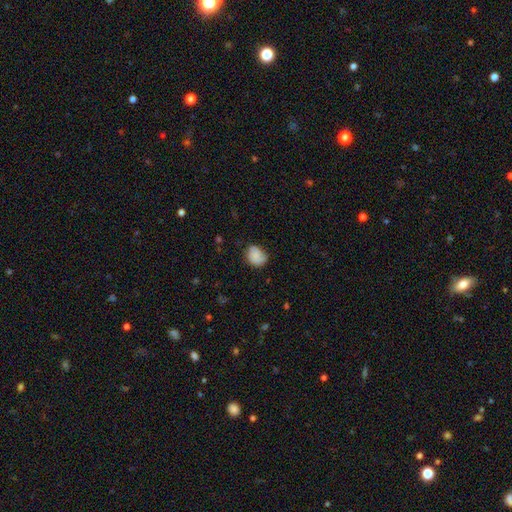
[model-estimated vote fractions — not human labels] Smooth or featured? smooth (80%)
How rounded? round (52%)
Merging? none (62%)